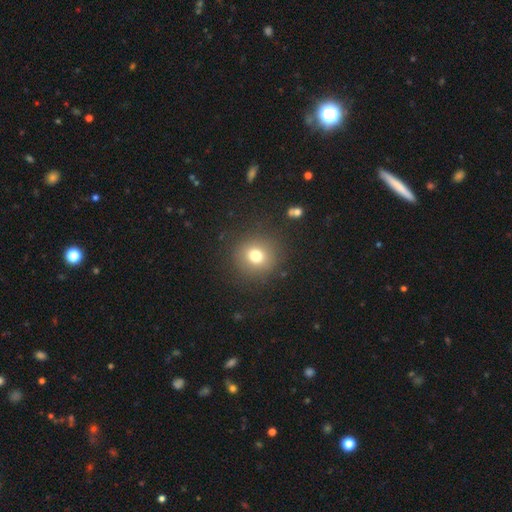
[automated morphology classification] type=smooth (74%); roundness=round (91%); merging=none (87%).